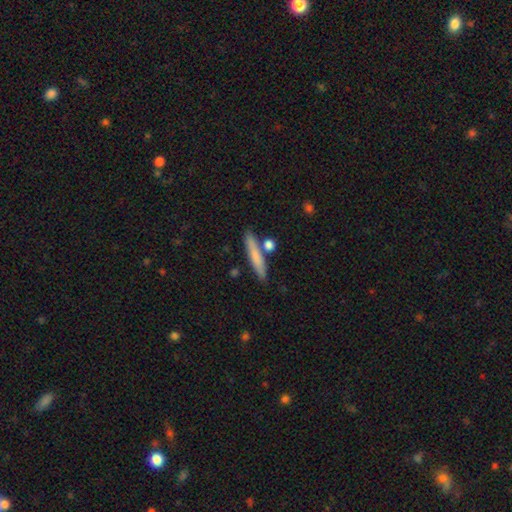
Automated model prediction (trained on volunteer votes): smooth 74%, featured or disk 20%, star or artifact 6%. Down the decision tree: how rounded — cigar-shaped (90%); merging — none (79%).